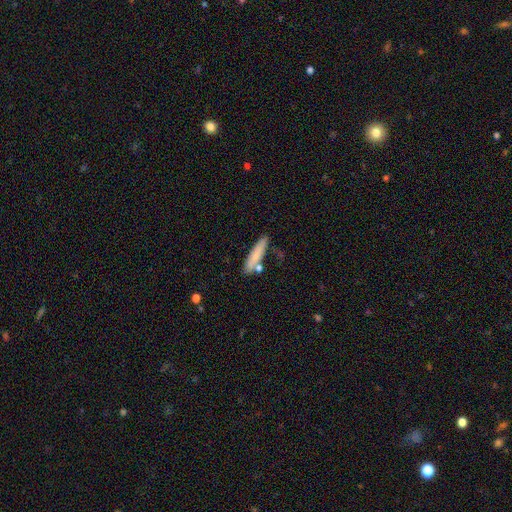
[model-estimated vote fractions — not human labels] smooth 77%, featured or disk 17%, star or artifact 7%. Down the decision tree: how rounded — cigar-shaped (84%); merging — none (74%).